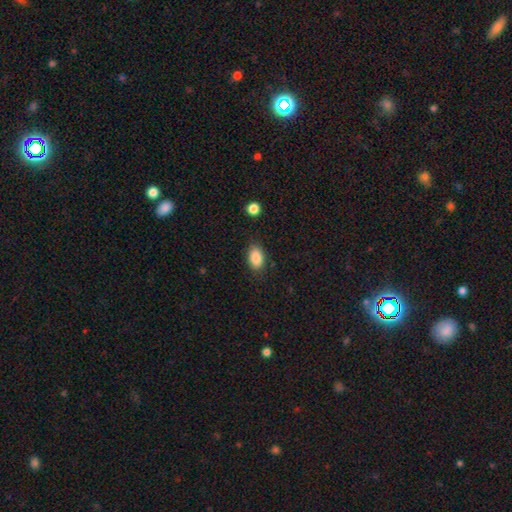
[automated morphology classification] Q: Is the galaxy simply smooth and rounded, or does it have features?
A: smooth — 87%.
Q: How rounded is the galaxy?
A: in between — 89%.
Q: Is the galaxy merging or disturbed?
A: none — 83%.